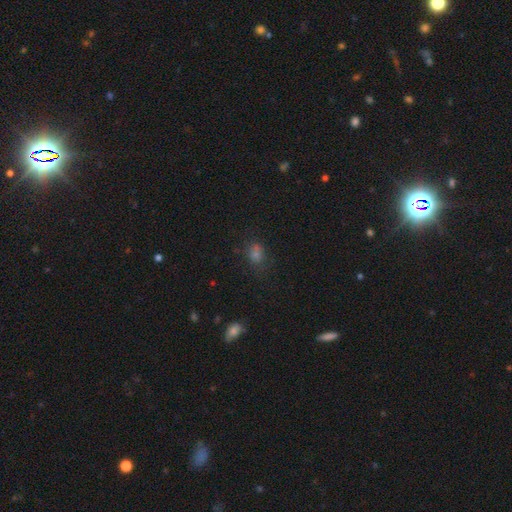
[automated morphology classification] smooth-or-featured: smooth: 64% | star or artifact: 27% | featured or disk: 9%
  how-rounded: in between: 55% | round: 43% | cigar-shaped: 2%
  merging: none: 67% | minor disturbance: 19% | major disturbance: 9% | merger: 5%